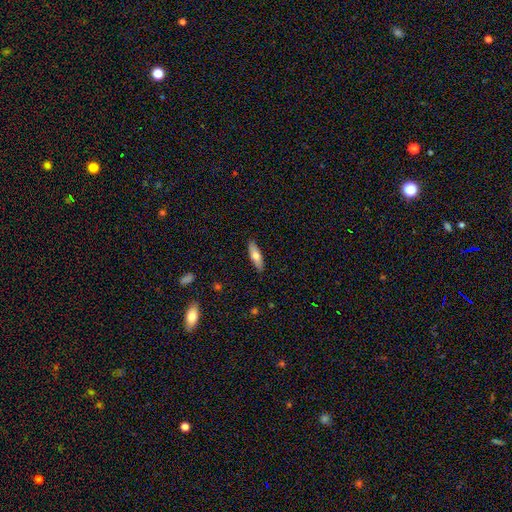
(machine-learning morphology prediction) Q: Smooth or featured?
A: smooth (65%); runner-up: featured or disk (29%)
Q: How rounded?
A: cigar-shaped (53%); runner-up: in between (44%)
Q: Merging?
A: none (89%); runner-up: minor disturbance (9%)